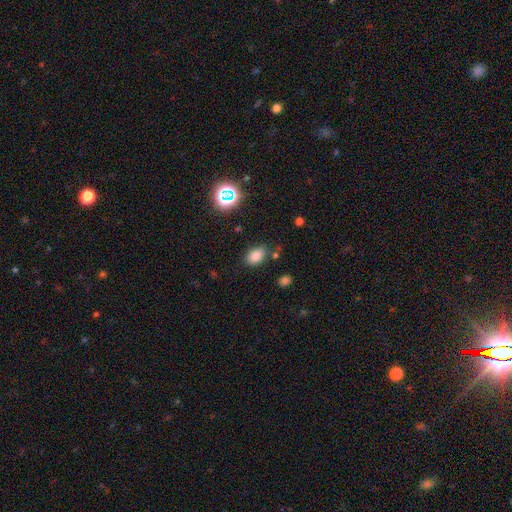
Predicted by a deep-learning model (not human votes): Smooth or featured? smooth (80%)
How rounded? in between (83%)
Merging? none (79%)